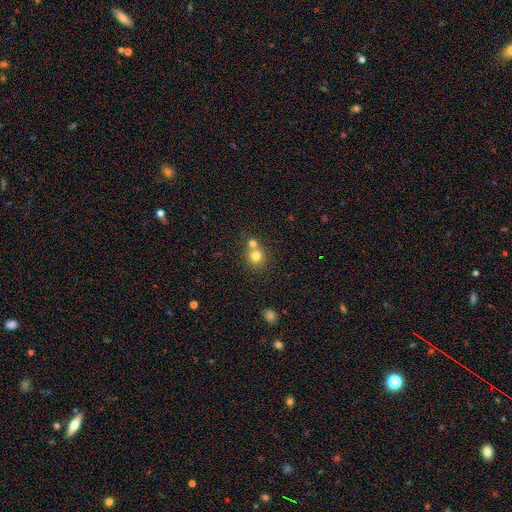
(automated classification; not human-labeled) A smooth galaxy with no disk features (78%) that is round (86%). Merging: none (47%).